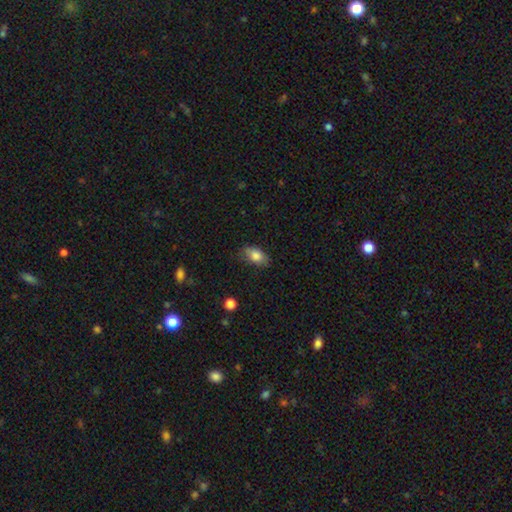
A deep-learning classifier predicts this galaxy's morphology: smooth-or-featured: smooth: 83% | featured or disk: 10% | star or artifact: 8%
  how-rounded: in between: 88% | round: 8% | cigar-shaped: 4%
  merging: none: 75% | minor disturbance: 20% | major disturbance: 4% | merger: 1%